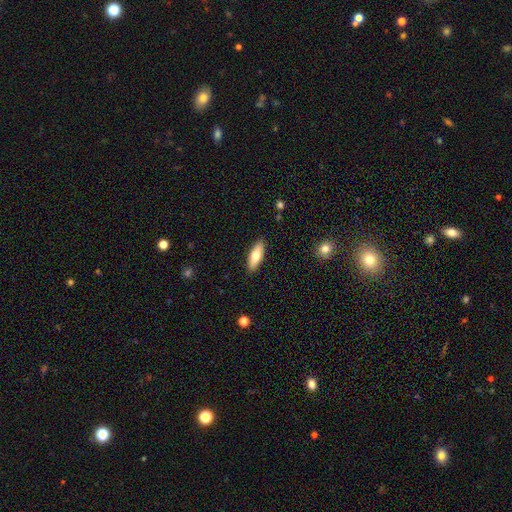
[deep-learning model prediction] smooth 69%, featured or disk 25%, star or artifact 6%. Down the decision tree: how rounded — in between (64%); merging — none (89%).